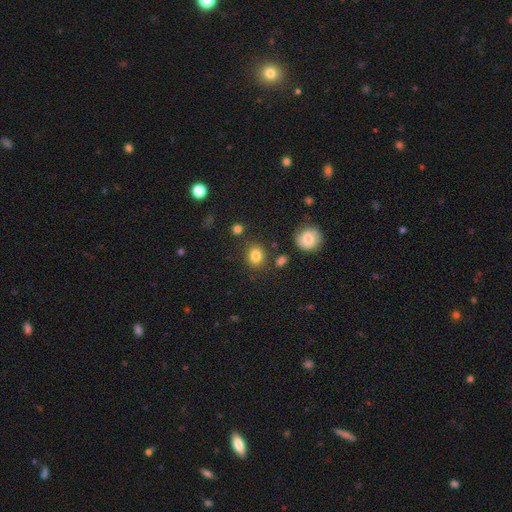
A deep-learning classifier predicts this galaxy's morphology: smooth-or-featured: smooth: 82% | star or artifact: 11% | featured or disk: 6%
  how-rounded: round: 67% | in between: 32% | cigar-shaped: 1%
  merging: none: 81% | minor disturbance: 11% | merger: 5% | major disturbance: 3%